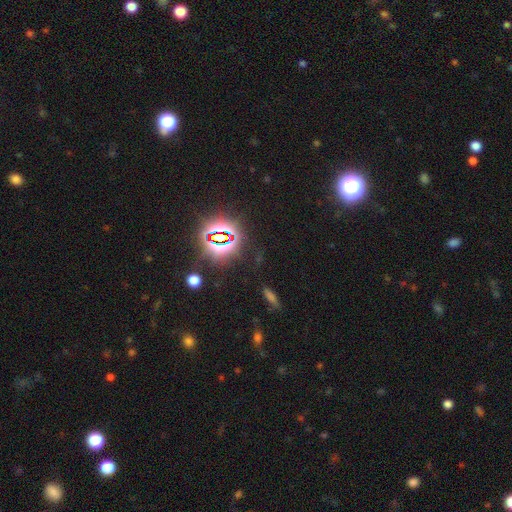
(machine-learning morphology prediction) Smooth or featured: star or artifact — 76% (smooth — 15%)